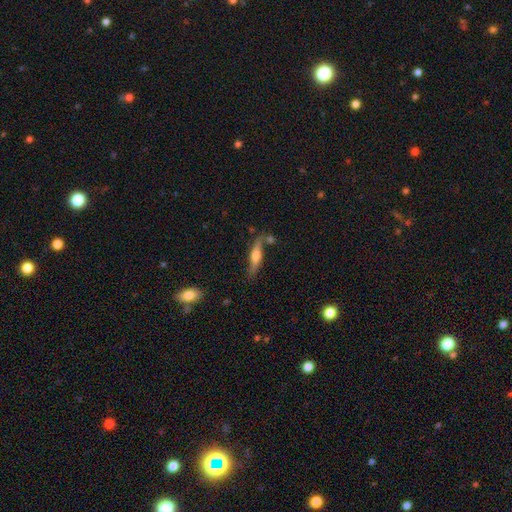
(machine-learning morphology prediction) smooth-or-featured: featured or disk: 53% | smooth: 40% | star or artifact: 7%
  disk-edge-on: yes: 81% | no: 19%
  merging: none: 67% | minor disturbance: 19% | merger: 9% | major disturbance: 6%